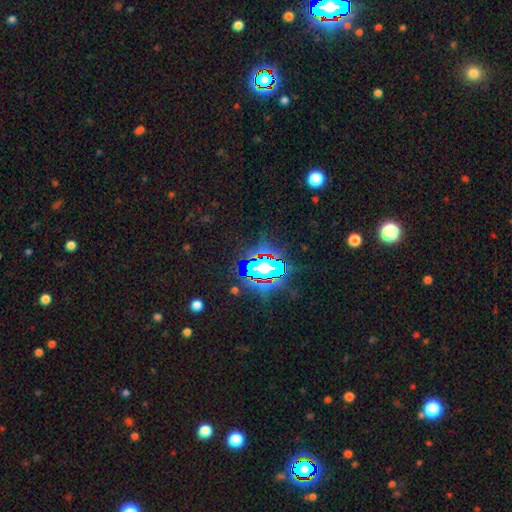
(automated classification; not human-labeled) A star or artifact, not a galaxy (82%).